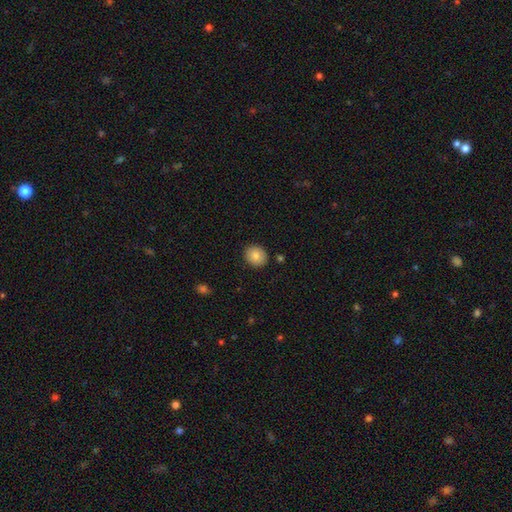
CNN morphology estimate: smooth-or-featured: smooth: 82% | featured or disk: 10% | star or artifact: 8%
  how-rounded: round: 75% | in between: 24% | cigar-shaped: 1%
  merging: none: 89% | minor disturbance: 8% | major disturbance: 2% | merger: 2%